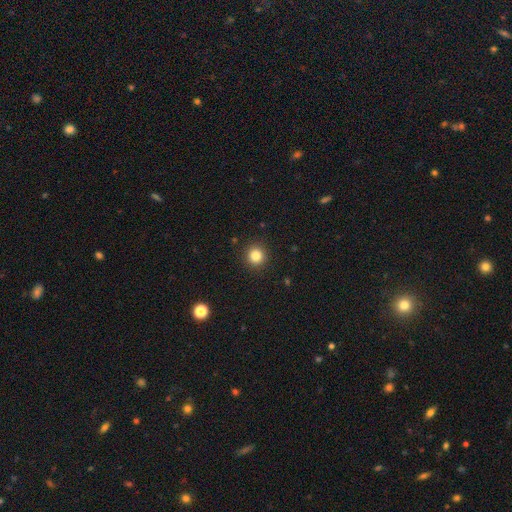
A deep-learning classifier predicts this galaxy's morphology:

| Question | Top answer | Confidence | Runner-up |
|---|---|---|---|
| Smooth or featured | smooth | 83% | star or artifact (12%) |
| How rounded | round | 94% | in between (5%) |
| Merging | none | 92% | minor disturbance (5%) |